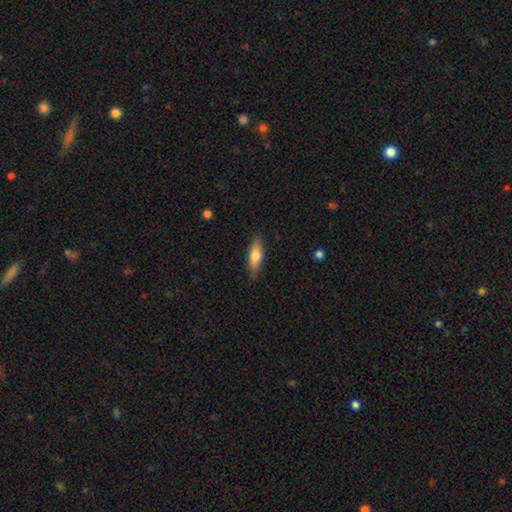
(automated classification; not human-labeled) smooth 71%, featured or disk 23%, star or artifact 6%. Down the decision tree: how rounded — in between (56%); merging — none (85%).